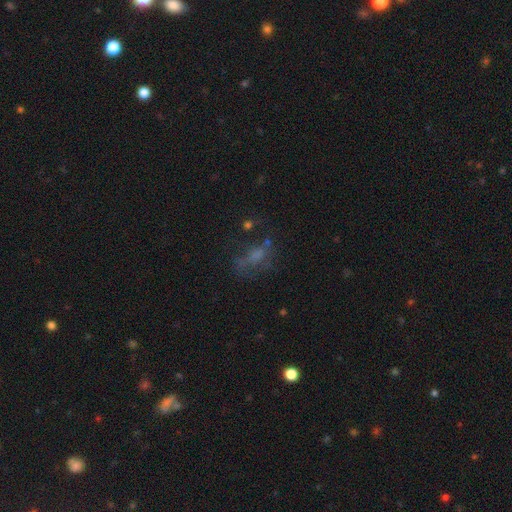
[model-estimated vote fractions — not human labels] A smooth galaxy with no disk features (38%).

Vote fractions:
- Smooth or featured? smooth: 38% / featured or disk: 34% / star or artifact: 29%
- Merging? none: 46% / major disturbance: 29% / minor disturbance: 19% / merger: 6%